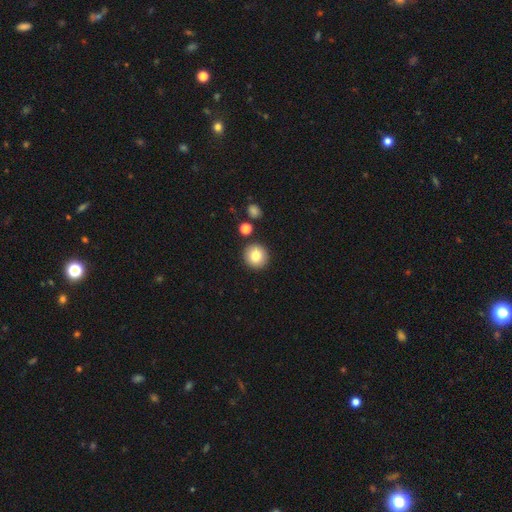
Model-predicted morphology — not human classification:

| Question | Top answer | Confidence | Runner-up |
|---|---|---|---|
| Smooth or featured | smooth | 83% | star or artifact (9%) |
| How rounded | round | 93% | in between (6%) |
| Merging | none | 88% | minor disturbance (6%) |